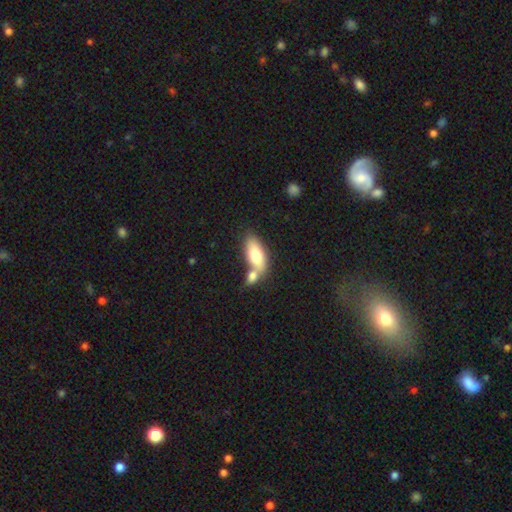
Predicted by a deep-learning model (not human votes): Morphology: type=smooth (73%); roundness=in between (79%); merging=merger (46%).